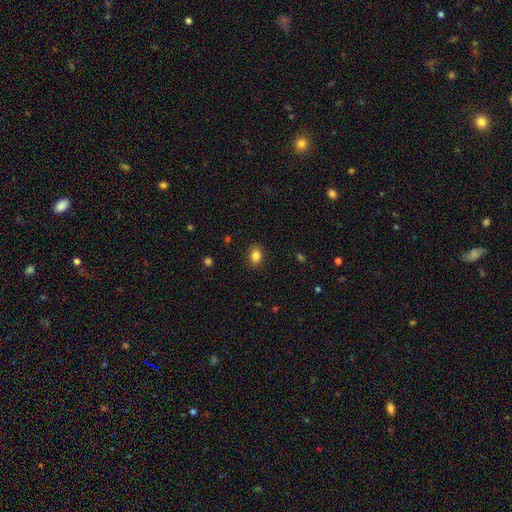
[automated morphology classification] This appears to be a smooth galaxy with no disk features (85%) that is in between round and cigar-shaped (65%). Merging: none (87%).